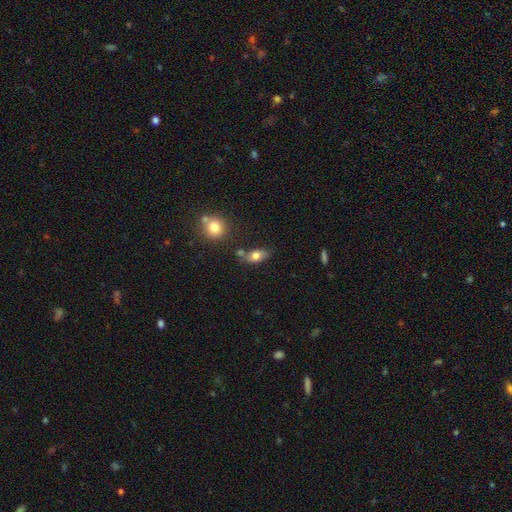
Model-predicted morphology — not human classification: A smooth galaxy with no disk features (75%) that is in between round and cigar-shaped (82%).

Vote fractions:
- Smooth or featured? smooth: 75% / featured or disk: 16% / star or artifact: 9%
- How rounded? in between: 82% / round: 11% / cigar-shaped: 6%
- Merging? none: 61% / minor disturbance: 19% / merger: 14% / major disturbance: 5%